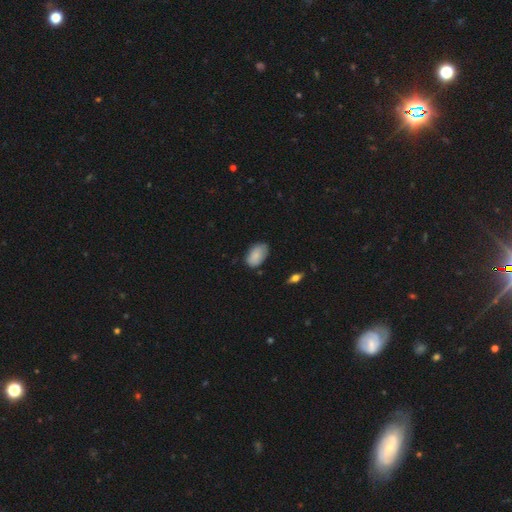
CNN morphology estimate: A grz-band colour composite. It shows a smooth galaxy with no disk features (85%) that is in between round and cigar-shaped (92%). Merging: none (74%).